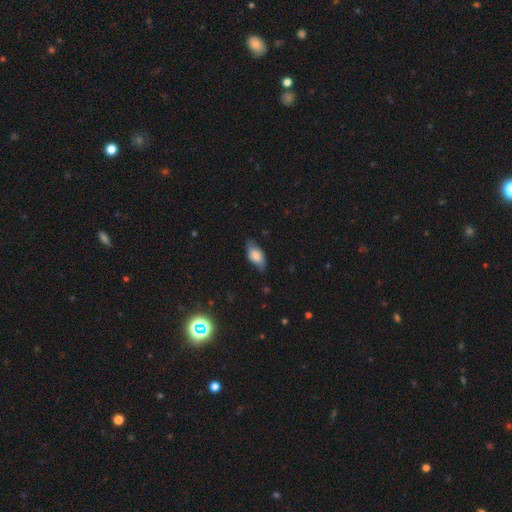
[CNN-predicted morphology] A smooth galaxy with no disk features (69%) that is in between round and cigar-shaped (87%). Merging: none (70%).